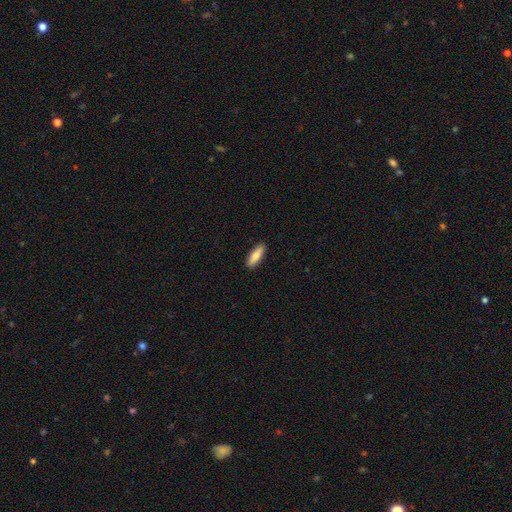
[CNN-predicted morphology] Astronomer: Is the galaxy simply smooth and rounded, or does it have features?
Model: smooth — 75%.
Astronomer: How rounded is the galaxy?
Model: in between — 50% (runner-up: cigar-shaped, 48%).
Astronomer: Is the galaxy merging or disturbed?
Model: none — 90%.